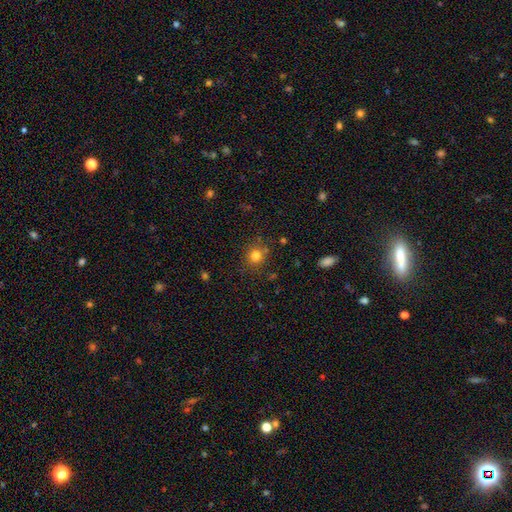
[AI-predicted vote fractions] This is likely a smooth galaxy (79%). How rounded: clearly round (88%). Merging: clearly none (81%).